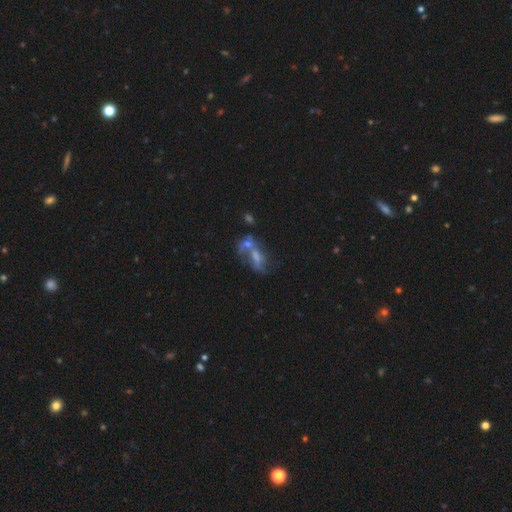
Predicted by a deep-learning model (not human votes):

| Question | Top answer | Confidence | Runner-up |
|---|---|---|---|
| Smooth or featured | featured or disk | 48% | smooth (36%) |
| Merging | merger | 48% | none (23%) |